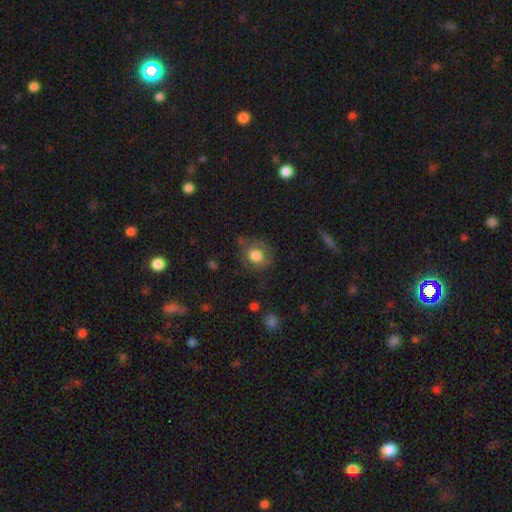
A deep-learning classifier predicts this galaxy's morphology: Overall: smooth (72%). How rounded: round (68%; in between 31%). Merging: none (66%).